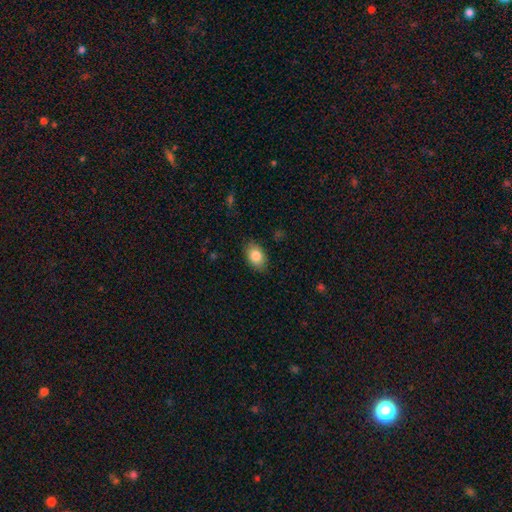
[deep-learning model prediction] smooth-or-featured: smooth: 84% | featured or disk: 8% | star or artifact: 7%
  how-rounded: in between: 85% | round: 13% | cigar-shaped: 1%
  merging: none: 85% | minor disturbance: 12% | major disturbance: 3% | merger: 1%